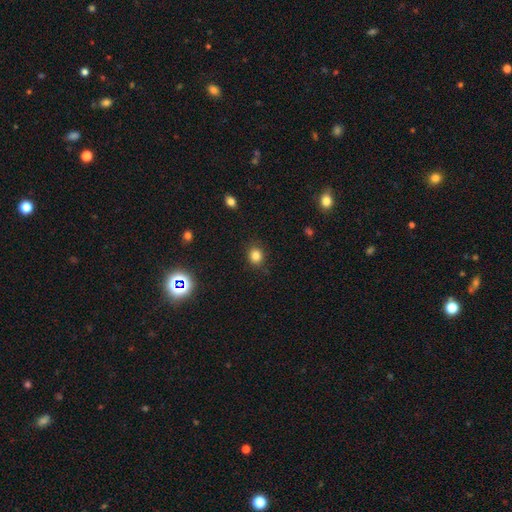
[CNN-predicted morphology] Smooth or featured?
  - smooth: 82% *
  - star or artifact: 13%
  - featured or disk: 5%
How rounded?
  - round: 75% *
  - in between: 24%
  - cigar-shaped: 1%
Merging?
  - none: 85% *
  - minor disturbance: 11%
  - major disturbance: 3%
  - merger: 1%